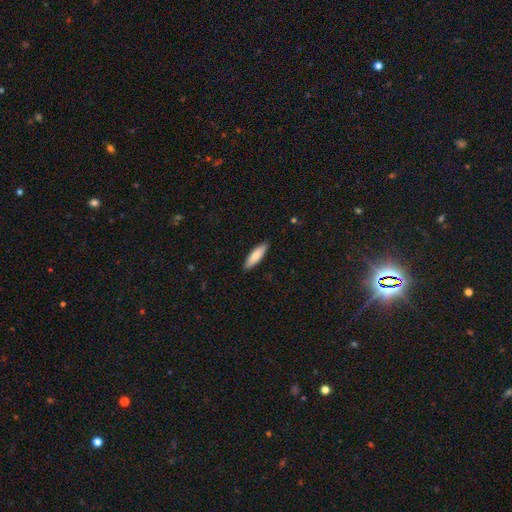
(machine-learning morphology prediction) The model was most divided on "how rounded": cigar-shaped: 62%, in between: 36%, round: 1%. More confident: merging — none (90%); smooth or featured — smooth (80%).